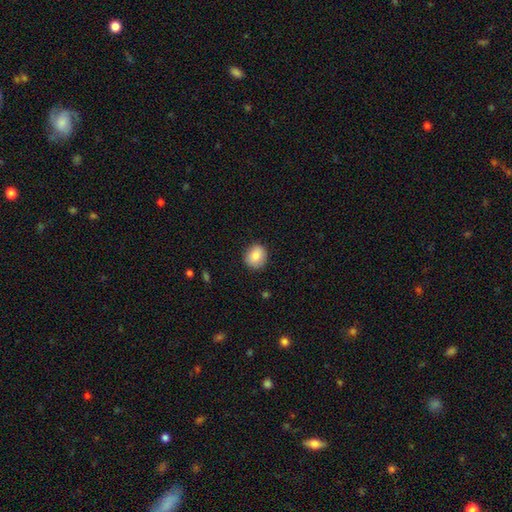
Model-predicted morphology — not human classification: This is clearly a smooth galaxy (84%). How rounded: likely round (76%). Merging: clearly none (87%).